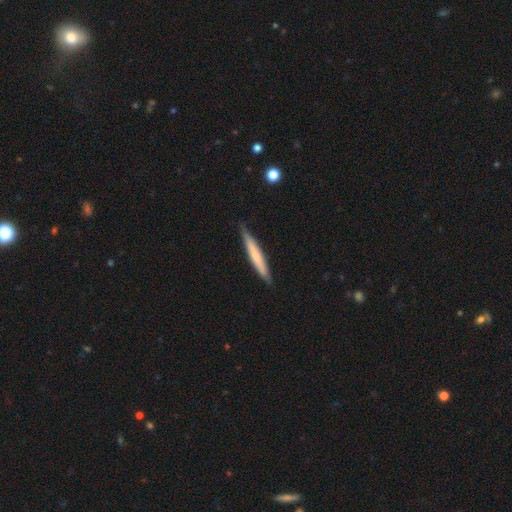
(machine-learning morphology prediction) smooth_or_featured: smooth (p=0.60) [alt: featured or disk p=0.34]
how_rounded: cigar-shaped (p=0.95) [alt: in between p=0.04]
merging: none (p=0.87) [alt: minor disturbance p=0.10]